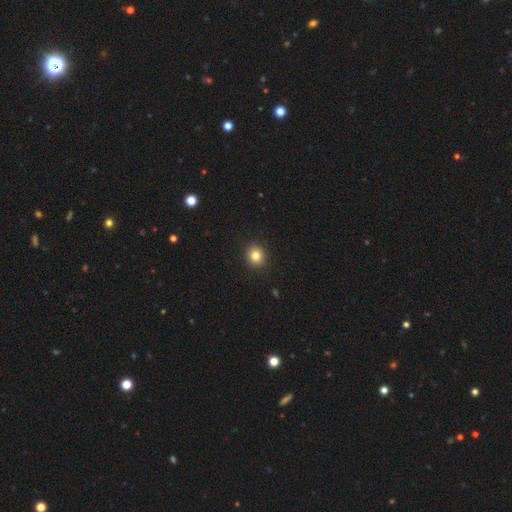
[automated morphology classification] smooth-or-featured: smooth: 83% | star or artifact: 11% | featured or disk: 7%
  how-rounded: round: 81% | in between: 18% | cigar-shaped: 1%
  merging: none: 91% | minor disturbance: 6% | major disturbance: 2% | merger: 1%